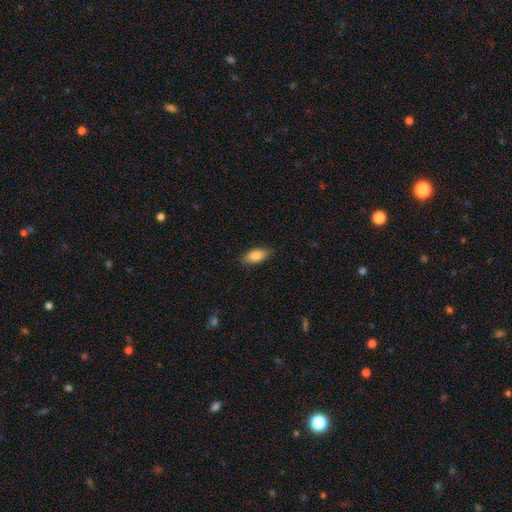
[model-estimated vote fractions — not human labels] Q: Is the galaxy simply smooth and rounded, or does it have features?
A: smooth — 84%.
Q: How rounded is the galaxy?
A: in between — 87%.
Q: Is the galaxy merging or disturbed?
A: none — 83%.